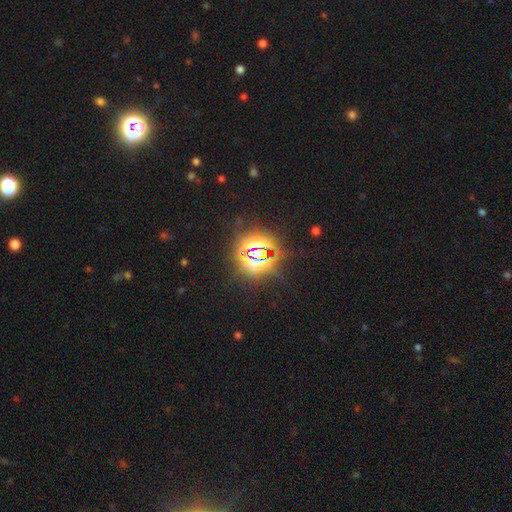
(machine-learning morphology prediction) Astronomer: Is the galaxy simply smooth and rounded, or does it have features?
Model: star or artifact — 82%.